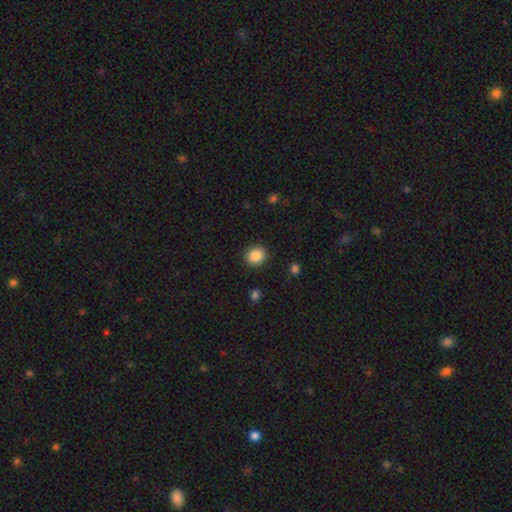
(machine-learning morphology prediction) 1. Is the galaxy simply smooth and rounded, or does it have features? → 87% smooth, 9% star or artifact, 4% featured or disk.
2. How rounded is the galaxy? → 87% round, 12% in between, 1% cigar-shaped.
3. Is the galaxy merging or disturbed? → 91% none, 6% minor disturbance, 2% major disturbance, 1% merger.